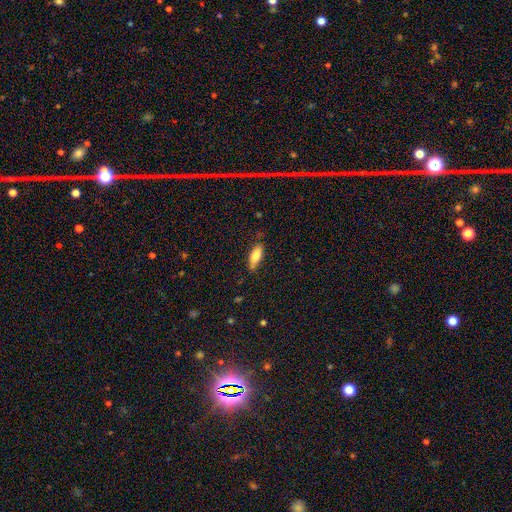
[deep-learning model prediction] Morphology: type=smooth (77%); roundness=in between (71%); merging=none (74%).